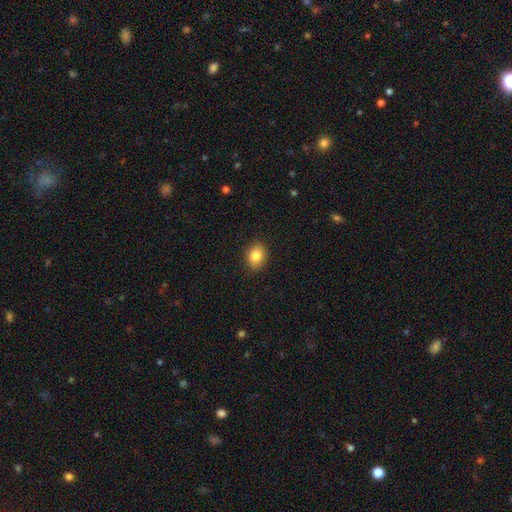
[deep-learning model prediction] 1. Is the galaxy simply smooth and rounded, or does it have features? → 83% smooth, 10% star or artifact, 8% featured or disk.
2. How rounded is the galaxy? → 52% round, 47% in between, 1% cigar-shaped.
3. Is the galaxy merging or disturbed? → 89% none, 8% minor disturbance, 2% major disturbance, 1% merger.